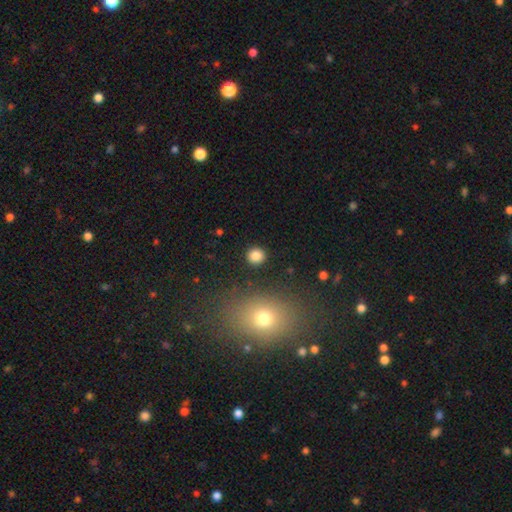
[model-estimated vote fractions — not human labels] Smooth or featured? Predicted: smooth (p=0.84). How rounded? Predicted: round (p=0.91). Merging? Predicted: none (p=0.90).